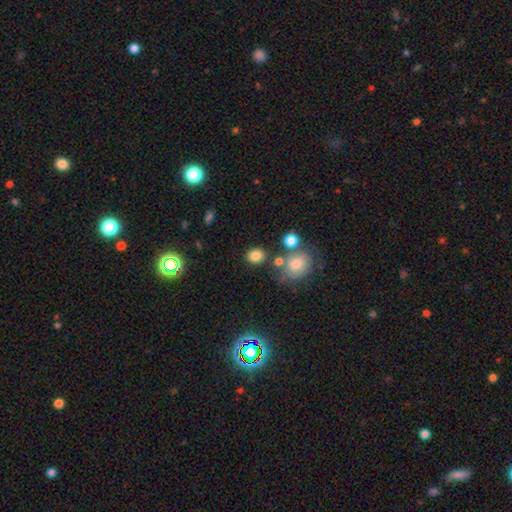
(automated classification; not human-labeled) Q: Smooth or featured?
A: smooth (81%); runner-up: star or artifact (12%)
Q: How rounded?
A: round (64%); runner-up: in between (35%)
Q: Merging?
A: none (76%); runner-up: minor disturbance (11%)